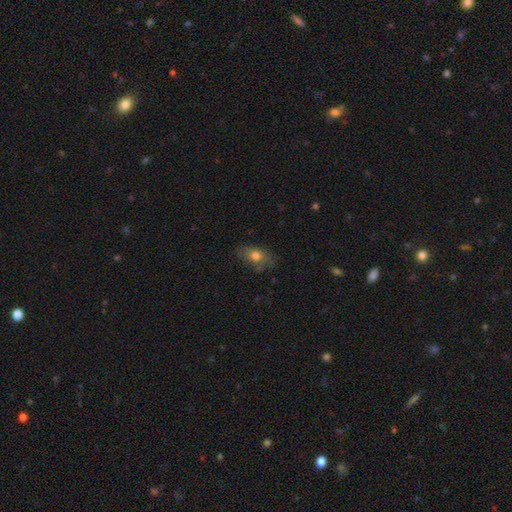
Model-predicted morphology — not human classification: Smooth or featured? smooth (69%)
How rounded? in between (81%)
Merging? none (66%)